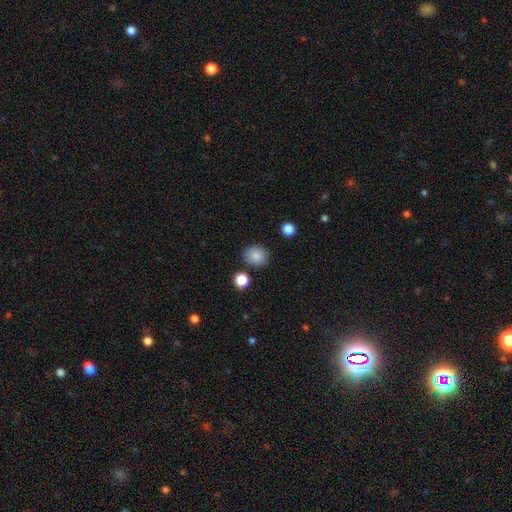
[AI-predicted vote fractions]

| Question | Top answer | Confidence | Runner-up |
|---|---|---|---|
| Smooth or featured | smooth | 86% | star or artifact (10%) |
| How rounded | round | 78% | in between (21%) |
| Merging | none | 86% | minor disturbance (8%) |